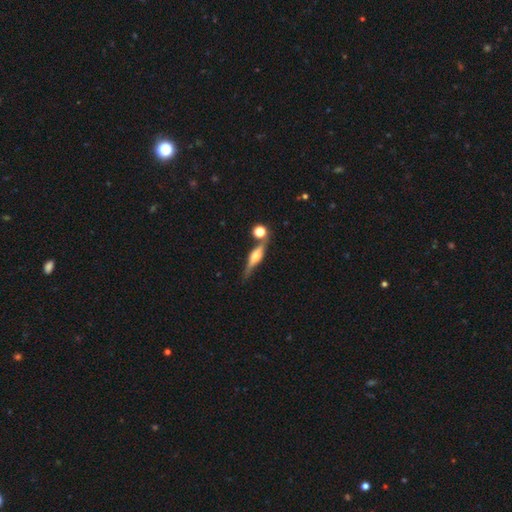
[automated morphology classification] Smooth or featured?
  - featured or disk: 65% *
  - smooth: 27%
  - star or artifact: 8%
Edge-on disk?
  - yes: 93% *
  - no: 7%
Edge-on bulge?
  - rounded: 85% *
  - boxy: 11%
  - none: 3%
Merging?
  - none: 67% *
  - minor disturbance: 15%
  - merger: 14%
  - major disturbance: 5%